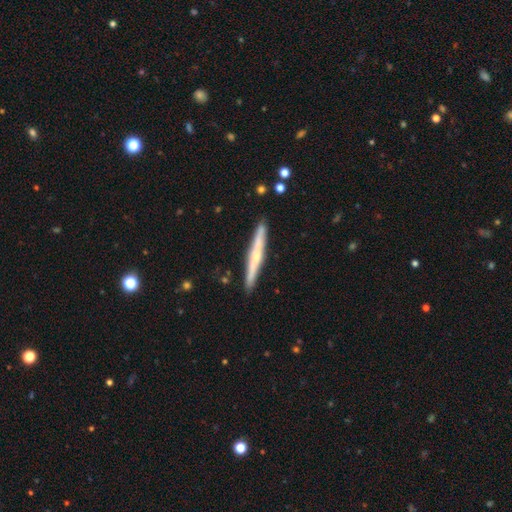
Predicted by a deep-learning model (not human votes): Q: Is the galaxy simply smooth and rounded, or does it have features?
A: featured or disk — 59%.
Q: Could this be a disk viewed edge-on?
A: yes — 96%.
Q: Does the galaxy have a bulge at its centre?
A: rounded — 65%.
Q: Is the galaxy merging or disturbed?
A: none — 90%.